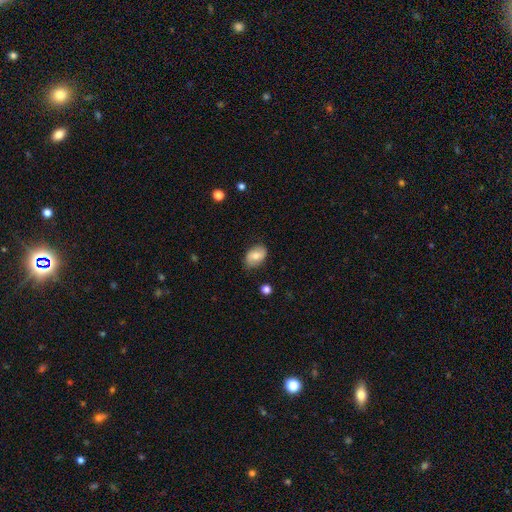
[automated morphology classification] Smooth or featured: smooth — 64% (featured or disk — 29%)
How rounded: in between — 87% (round — 12%)
Merging: none — 80% (minor disturbance — 16%)